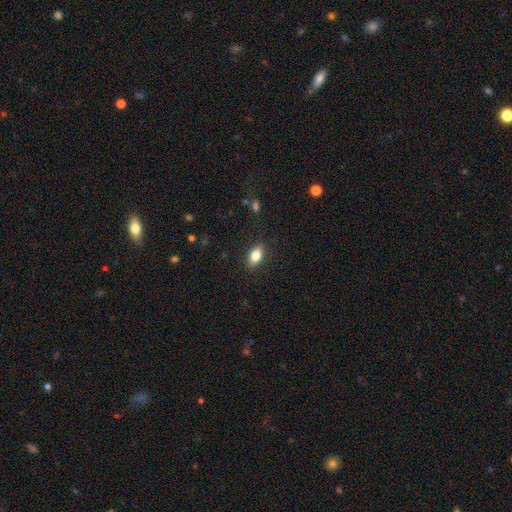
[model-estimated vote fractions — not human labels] smooth_or_featured: smooth (p=0.79) [alt: featured or disk p=0.13]
how_rounded: in between (p=0.85) [alt: cigar-shaped p=0.08]
merging: none (p=0.87) [alt: minor disturbance p=0.10]